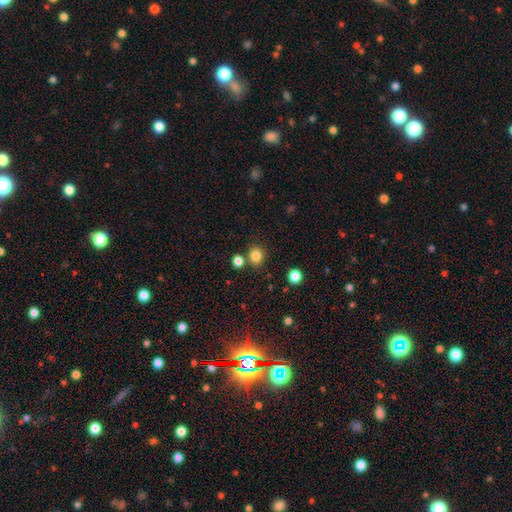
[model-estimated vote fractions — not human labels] Morphology: type=smooth (82%); roundness=round (76%); merging=none (77%).